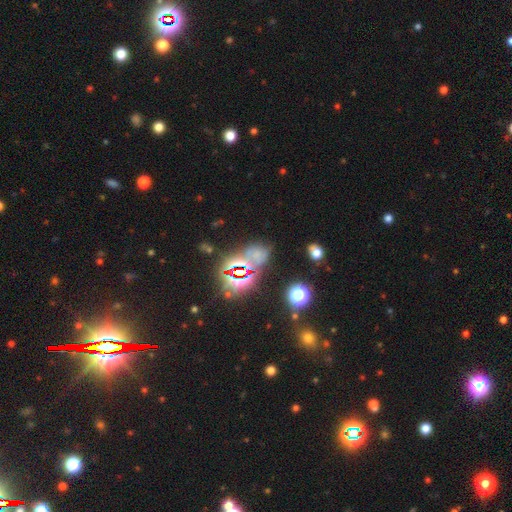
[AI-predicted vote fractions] smooth_or_featured: star or artifact (p=0.56) [alt: smooth p=0.32]